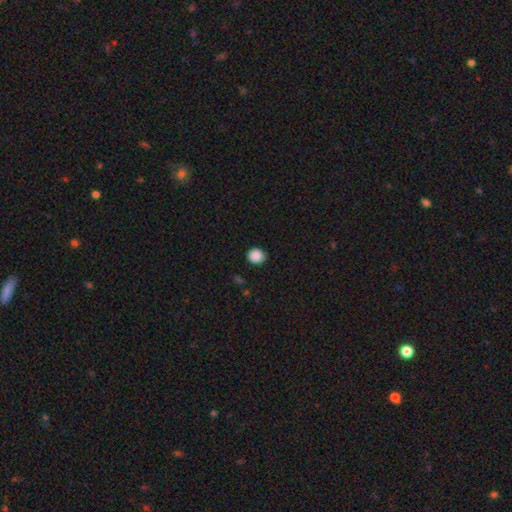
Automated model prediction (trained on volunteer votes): This is clearly a smooth galaxy (89%). How rounded: likely round (78%). Merging: clearly none (90%).